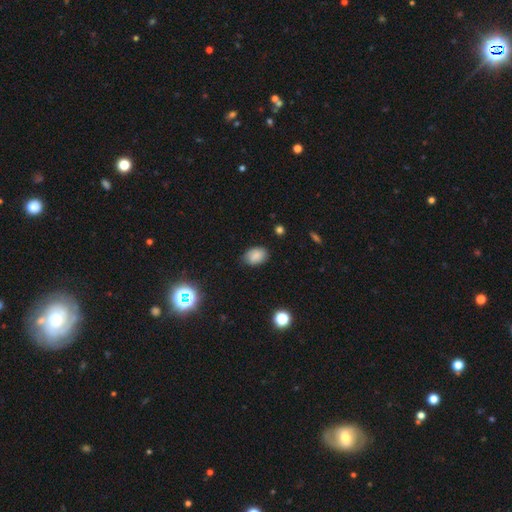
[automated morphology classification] Smooth or featured: smooth — 82% (star or artifact — 11%)
How rounded: in between — 83% (round — 16%)
Merging: none — 77% (minor disturbance — 18%)